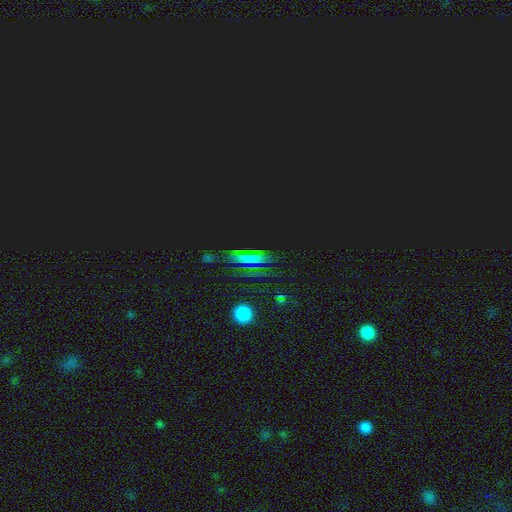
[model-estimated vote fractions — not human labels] Smooth or featured: star or artifact — 67% (smooth — 19%)